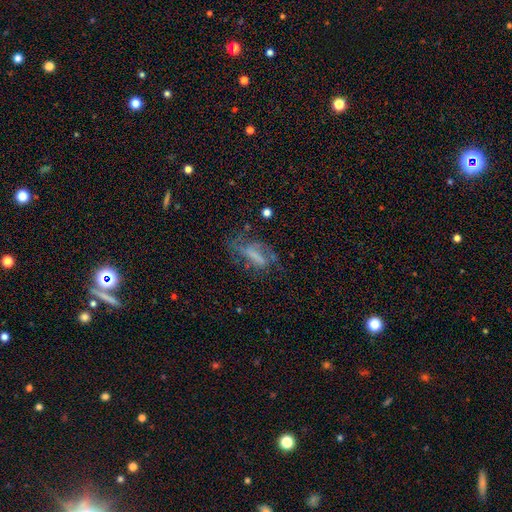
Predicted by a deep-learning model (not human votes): This appears to be a featured or disk galaxy (54%). Merging: none (45%).